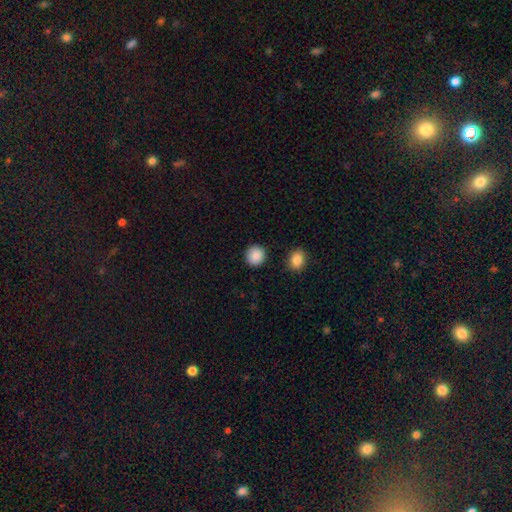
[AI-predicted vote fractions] Overall: smooth (89%). How rounded: round (90%). Merging: none (90%).